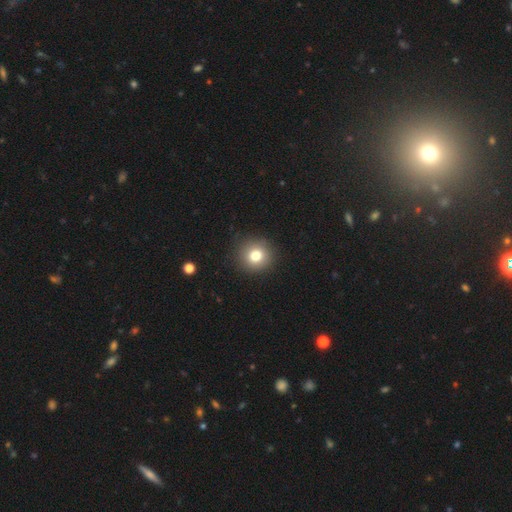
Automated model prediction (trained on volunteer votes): smooth_or_featured: smooth (p=0.79) [alt: star or artifact p=0.11]
how_rounded: round (p=0.92) [alt: in between p=0.07]
merging: none (p=0.90) [alt: minor disturbance p=0.06]